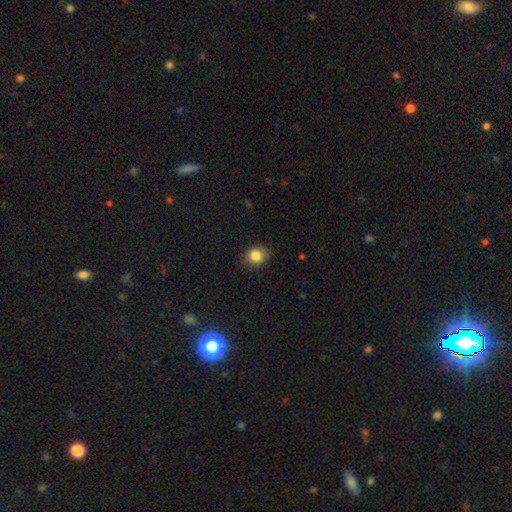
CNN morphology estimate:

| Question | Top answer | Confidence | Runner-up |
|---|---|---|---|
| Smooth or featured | smooth | 84% | star or artifact (10%) |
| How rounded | round | 68% | in between (31%) |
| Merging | none | 86% | minor disturbance (11%) |